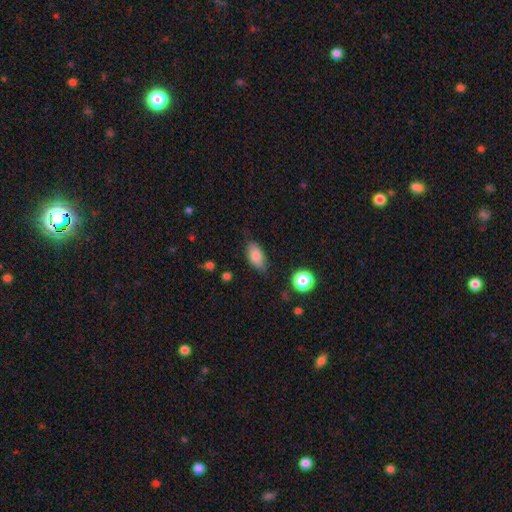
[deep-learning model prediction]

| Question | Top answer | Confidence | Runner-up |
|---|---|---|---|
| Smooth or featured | smooth | 83% | featured or disk (8%) |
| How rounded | in between | 89% | cigar-shaped (7%) |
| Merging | none | 78% | minor disturbance (16%) |